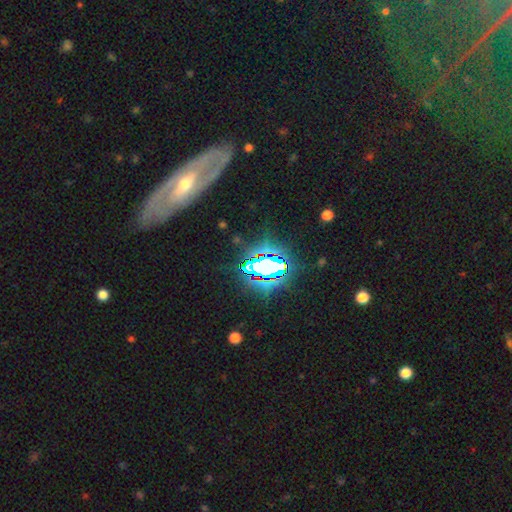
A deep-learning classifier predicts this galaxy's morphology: A star or artifact, not a galaxy (46%).